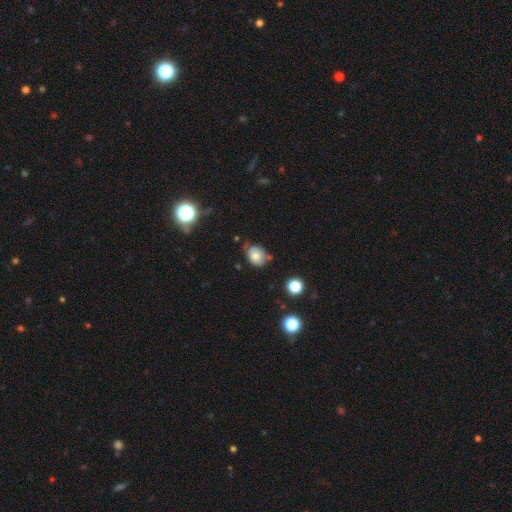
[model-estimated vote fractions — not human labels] Morphology: type=smooth (72%); roundness=in between (53%); merging=none (55%).